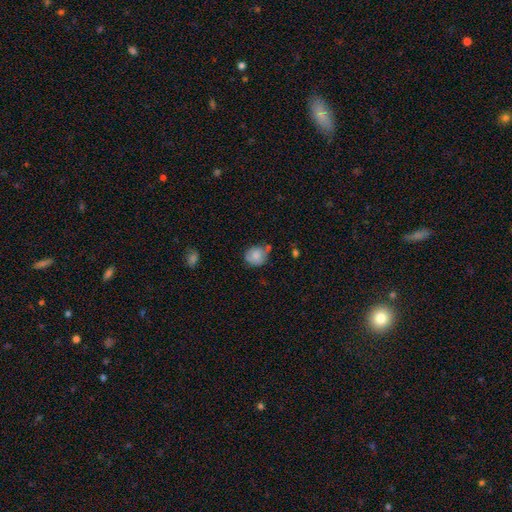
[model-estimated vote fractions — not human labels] A smooth galaxy with no disk features (76%) that is round (68%). Merging: none (46%).